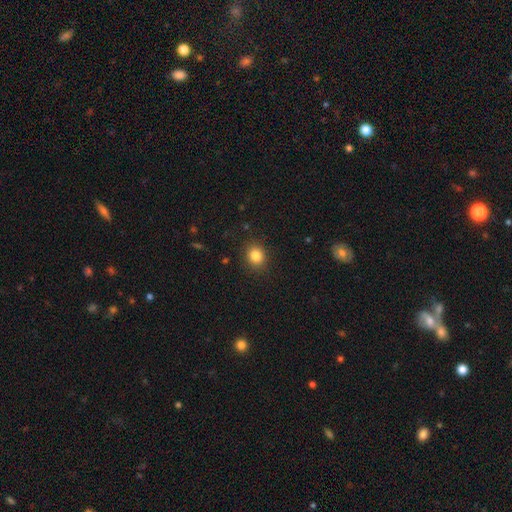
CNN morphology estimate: smooth-or-featured: smooth: 84% | star or artifact: 11% | featured or disk: 5%
  how-rounded: round: 71% | in between: 28% | cigar-shaped: 1%
  merging: none: 88% | minor disturbance: 8% | major disturbance: 3% | merger: 1%